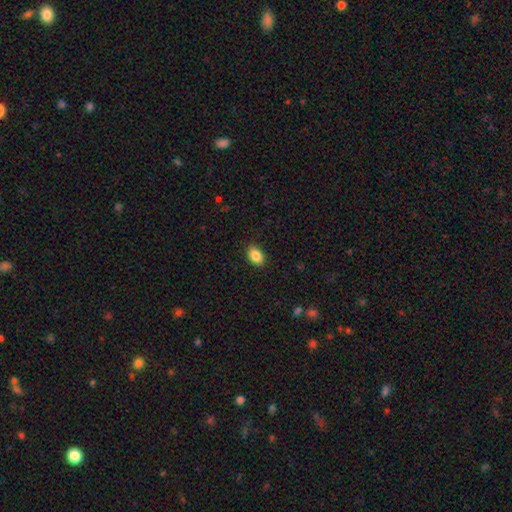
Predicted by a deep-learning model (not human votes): smooth 86%, star or artifact 8%, featured or disk 6%. Down the decision tree: how rounded — in between (84%); merging — none (88%).